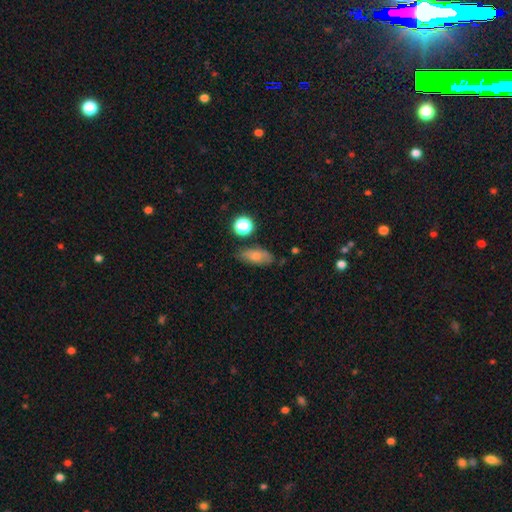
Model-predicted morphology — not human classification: This is likely a smooth galaxy (72%). How rounded: likely in between (80%). Merging: likely none (74%).